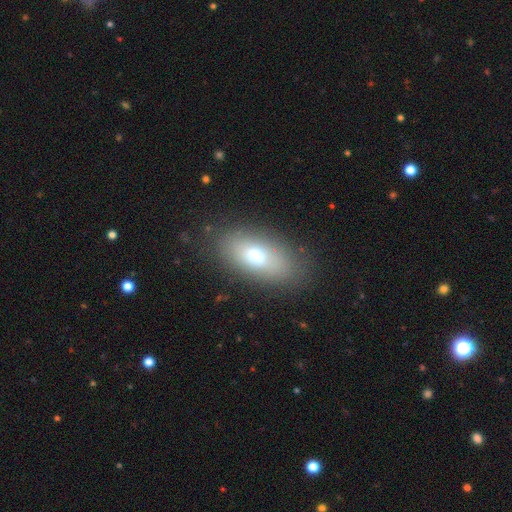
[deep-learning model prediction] Smooth or featured? smooth (69%)
How rounded? in between (86%)
Merging? none (83%)